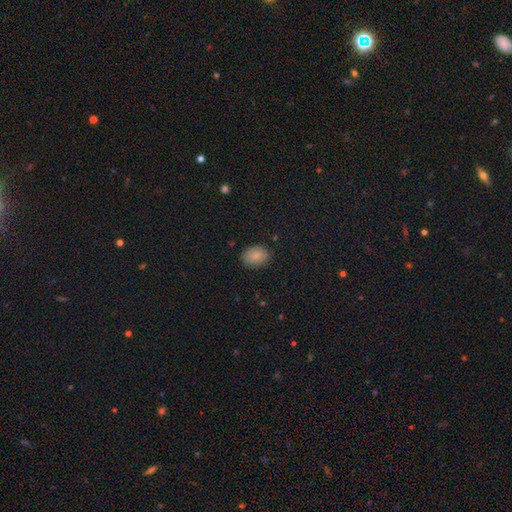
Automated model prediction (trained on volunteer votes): The model was most divided on "how rounded": in between: 72%, round: 27%, cigar-shaped: 1%. More confident: smooth or featured — smooth (85%); merging — none (84%).